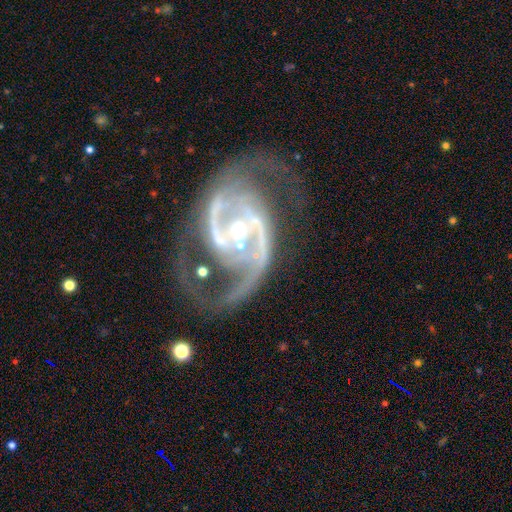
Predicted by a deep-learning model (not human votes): Smooth or featured? Predicted: featured or disk (p=0.92). Edge-on disk? Predicted: no (p=0.98). Bar? Predicted: weak (p=0.37). Spiral arms? Predicted: yes (p=0.98). Spiral winding? Predicted: medium (p=0.58). Spiral arm count? Predicted: 2 (p=0.85). Bulge size? Predicted: moderate (p=0.53). Merging? Predicted: none (p=0.58).